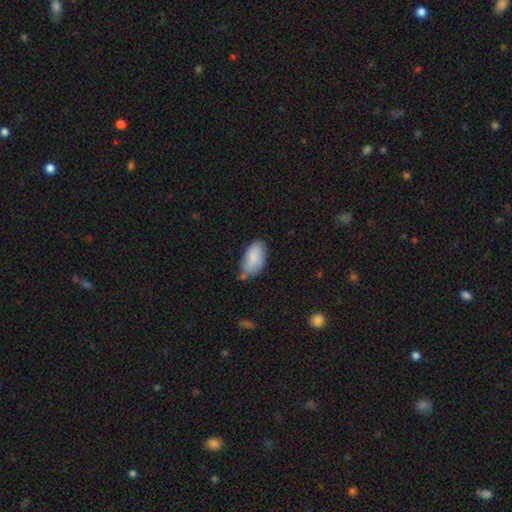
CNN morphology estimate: This is clearly a smooth galaxy (84%). How rounded: clearly in between (94%). Merging: possibly none (57%).